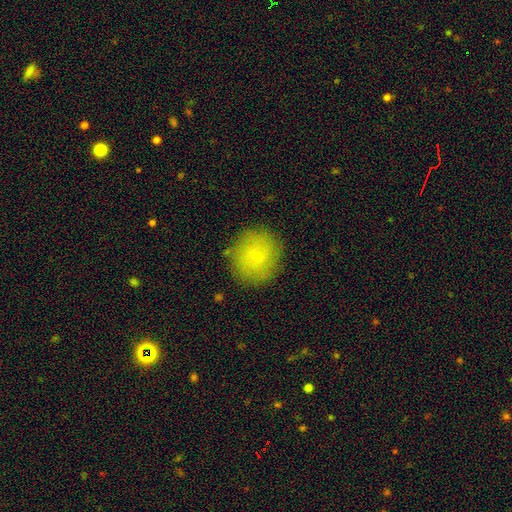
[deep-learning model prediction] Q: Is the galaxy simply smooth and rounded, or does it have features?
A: smooth — 66%.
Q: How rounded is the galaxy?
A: round — 89%.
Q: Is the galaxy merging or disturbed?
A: none — 86%.